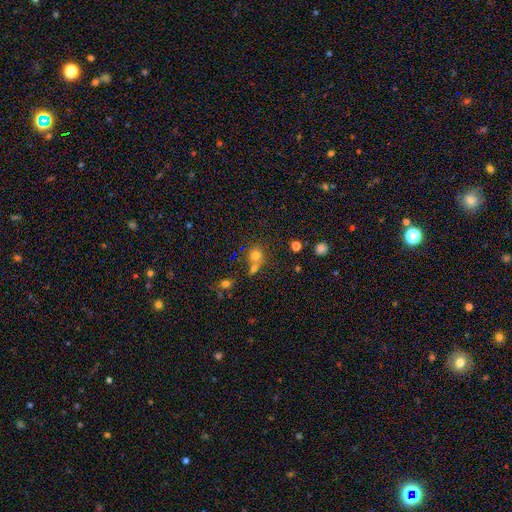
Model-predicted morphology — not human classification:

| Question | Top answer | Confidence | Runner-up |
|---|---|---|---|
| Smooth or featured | smooth | 75% | star or artifact (15%) |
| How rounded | round | 81% | in between (17%) |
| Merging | none | 47% | merger (39%) |